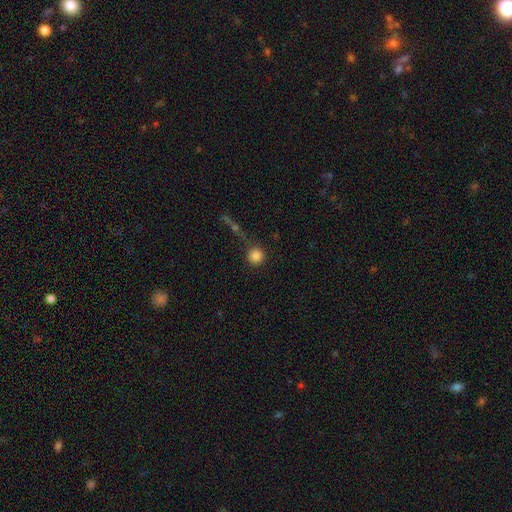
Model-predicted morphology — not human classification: Q: Smooth or featured?
A: smooth (83%); runner-up: star or artifact (11%)
Q: How rounded?
A: round (95%); runner-up: in between (4%)
Q: Merging?
A: none (78%); runner-up: minor disturbance (9%)